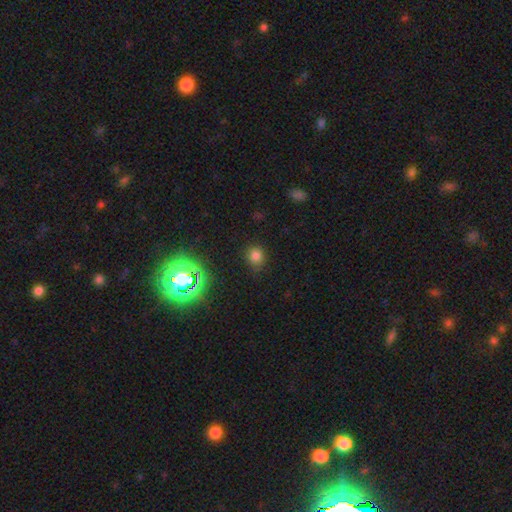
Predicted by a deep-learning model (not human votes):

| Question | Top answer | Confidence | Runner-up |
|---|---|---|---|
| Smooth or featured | smooth | 74% | star or artifact (20%) |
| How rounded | round | 82% | in between (17%) |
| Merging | none | 85% | minor disturbance (11%) |